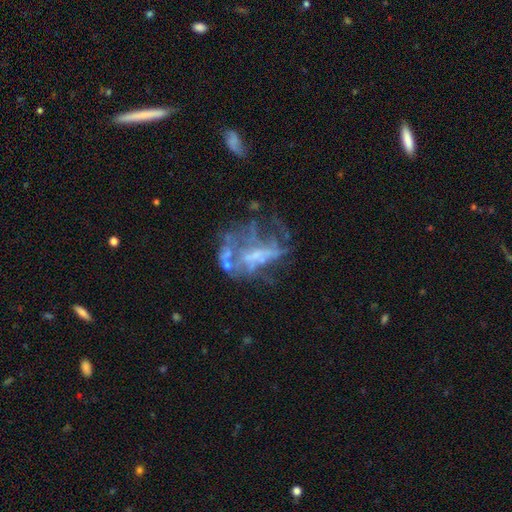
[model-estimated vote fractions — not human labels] This is likely a featured or disk galaxy (69%). It is clearly not viewed edge-on (97%). Bar: likely no (72%). Spiral arm pattern: likely no (77%). Central bulge: possibly none (53%). Merging: marginally major disturbance (38%).